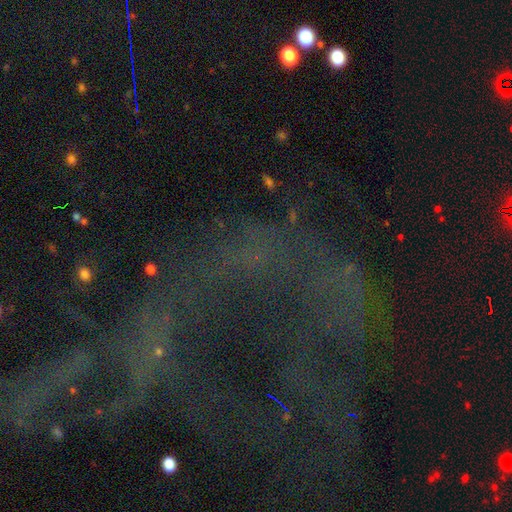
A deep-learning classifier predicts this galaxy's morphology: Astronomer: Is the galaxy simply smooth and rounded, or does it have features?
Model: star or artifact — 63%.